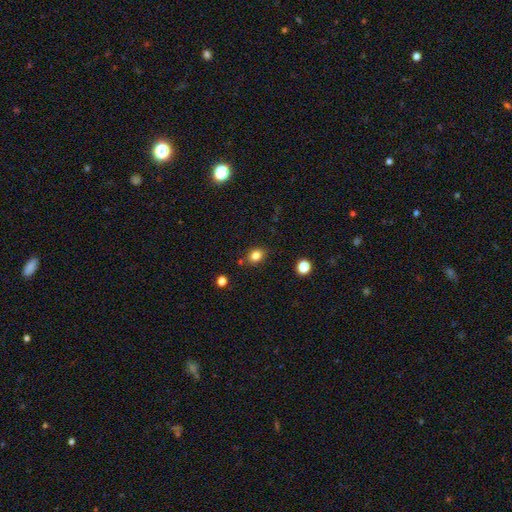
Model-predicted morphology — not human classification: type=smooth (82%); roundness=in between (54%); merging=none (80%).